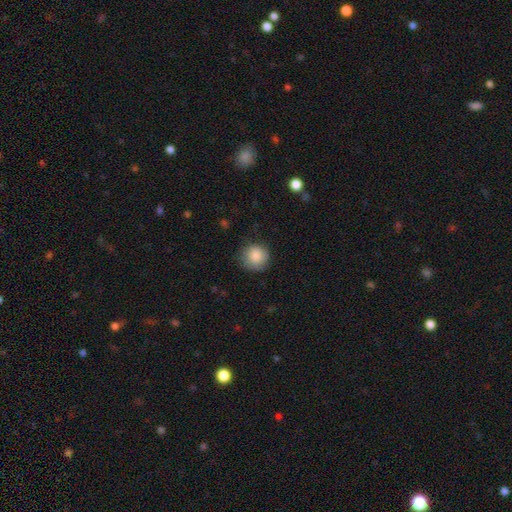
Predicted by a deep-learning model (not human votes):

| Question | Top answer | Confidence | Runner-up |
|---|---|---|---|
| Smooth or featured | smooth | 86% | star or artifact (8%) |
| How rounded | round | 92% | in between (7%) |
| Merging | none | 79% | minor disturbance (16%) |